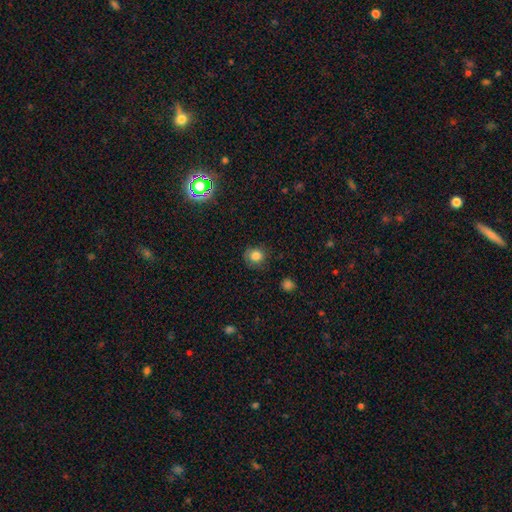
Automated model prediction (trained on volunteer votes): smooth_or_featured: smooth (p=0.81) [alt: star or artifact p=0.12]
how_rounded: round (p=0.82) [alt: in between p=0.17]
merging: none (p=0.77) [alt: minor disturbance p=0.17]